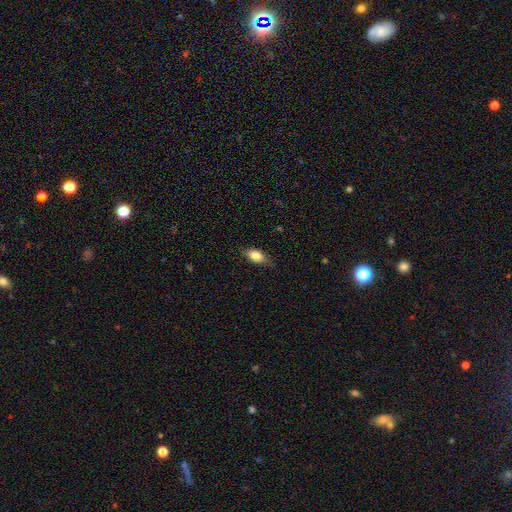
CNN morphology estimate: Q: Smooth or featured?
A: smooth (81%); runner-up: featured or disk (11%)
Q: How rounded?
A: in between (85%); runner-up: round (9%)
Q: Merging?
A: none (72%); runner-up: minor disturbance (22%)